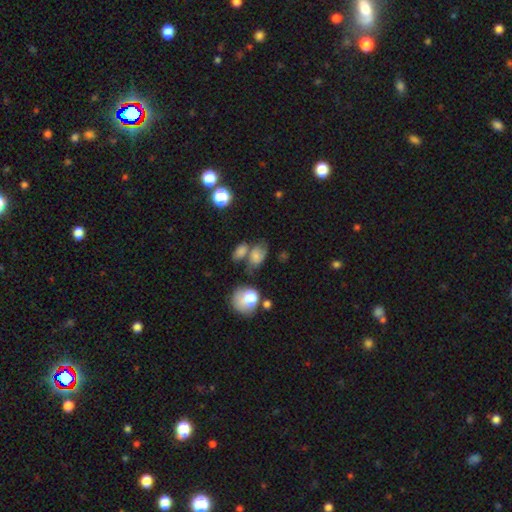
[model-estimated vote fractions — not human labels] Smooth or featured?
  - smooth: 60% *
  - featured or disk: 24%
  - star or artifact: 17%
How rounded?
  - in between: 74% *
  - round: 23%
  - cigar-shaped: 3%
Merging?
  - none: 37% *
  - merger: 33%
  - minor disturbance: 18%
  - major disturbance: 12%